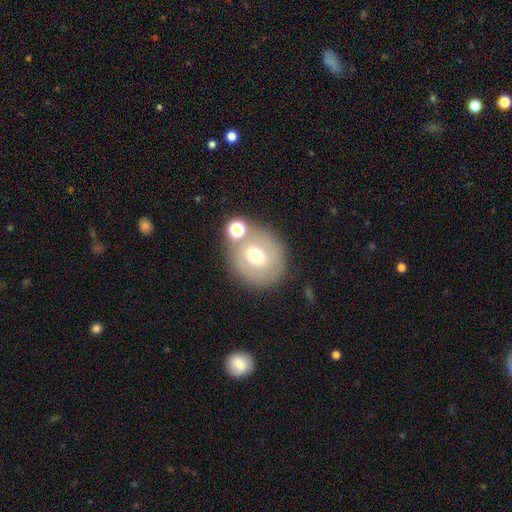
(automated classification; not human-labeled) Smooth or featured?
  - smooth: 63% *
  - featured or disk: 26%
  - star or artifact: 12%
How rounded?
  - round: 82% *
  - in between: 17%
  - cigar-shaped: 1%
Merging?
  - none: 70% *
  - merger: 14%
  - minor disturbance: 12%
  - major disturbance: 5%